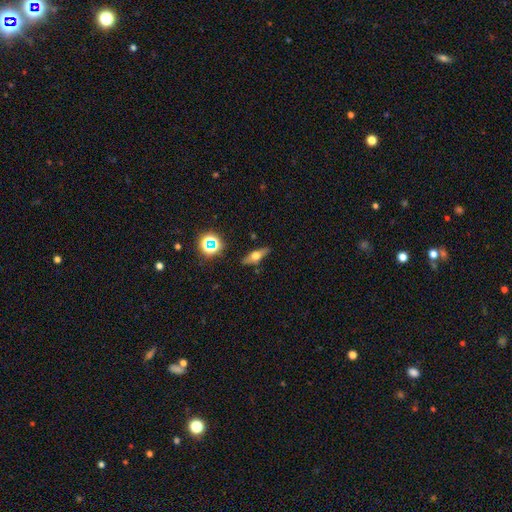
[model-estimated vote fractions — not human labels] Q: Smooth or featured?
A: featured or disk (46%); runner-up: smooth (43%)
Q: Merging?
A: none (85%); runner-up: minor disturbance (10%)